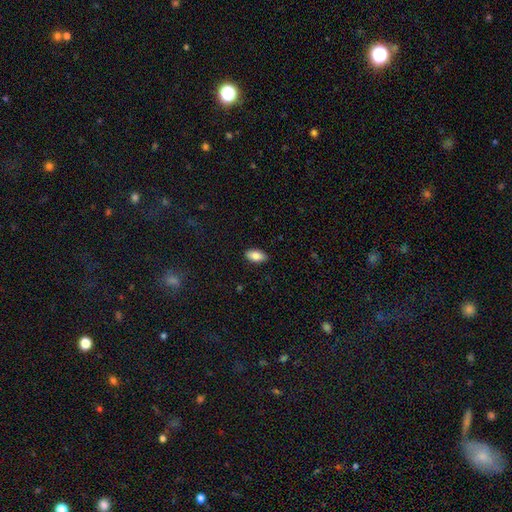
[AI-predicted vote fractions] smooth-or-featured: smooth: 85% | featured or disk: 8% | star or artifact: 7%
  how-rounded: in between: 93% | cigar-shaped: 4% | round: 3%
  merging: none: 88% | minor disturbance: 9% | major disturbance: 2% | merger: 1%